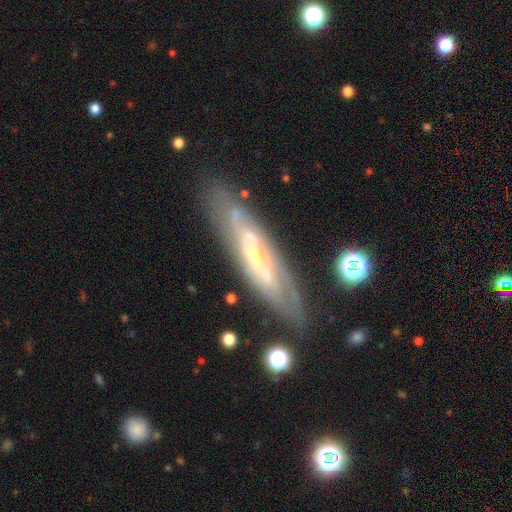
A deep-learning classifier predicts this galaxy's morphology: smooth-or-featured: featured or disk: 78% | smooth: 16% | star or artifact: 6%
  disk-edge-on: no: 65% | yes: 35%
    bar: no: 47% | weak: 32% | strong: 21%
    has-spiral-arms: yes: 80% | no: 20%
    bulge-size: small: 72% | moderate: 21% | none: 3% | large: 2% | dominant: 1%
  merging: none: 79% | minor disturbance: 14% | major disturbance: 4% | merger: 3%